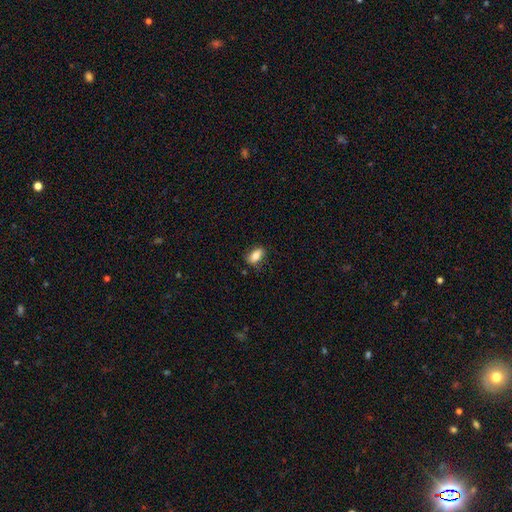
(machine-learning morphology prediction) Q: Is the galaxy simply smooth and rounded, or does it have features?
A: smooth — 80%.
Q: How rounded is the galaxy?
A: in between — 88%.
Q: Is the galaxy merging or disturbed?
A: none — 77%.